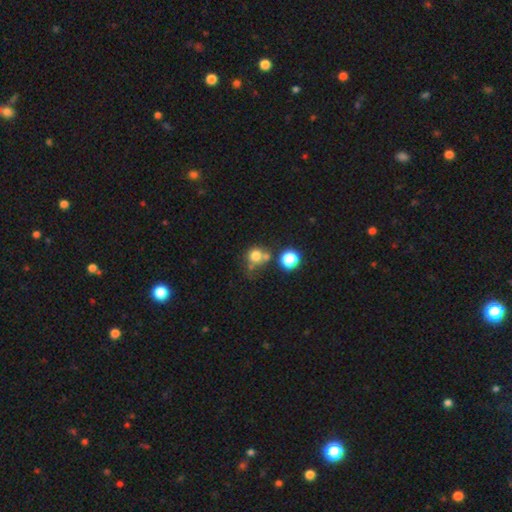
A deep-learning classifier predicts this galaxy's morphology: A smooth galaxy with no disk features (74%) that is round (87%). Merging: none (49%).